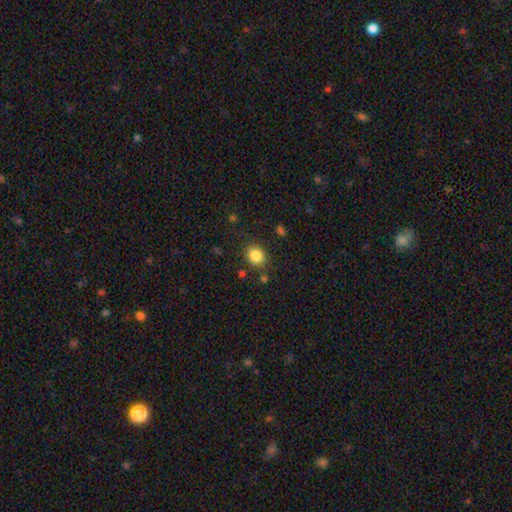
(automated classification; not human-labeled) Smooth or featured: smooth — 85% (star or artifact — 10%)
How rounded: round — 70% (in between — 29%)
Merging: none — 83% (minor disturbance — 10%)